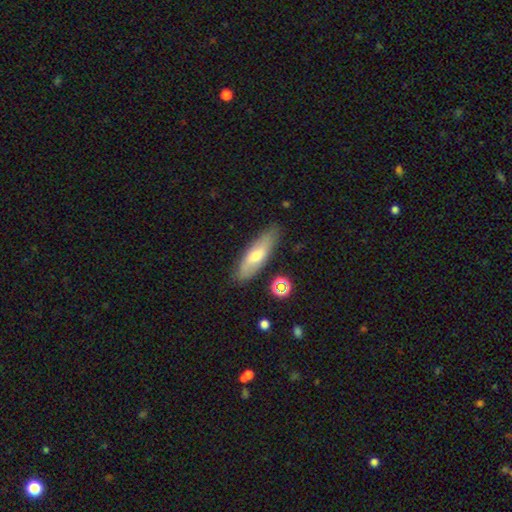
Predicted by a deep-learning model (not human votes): This is possibly a smooth galaxy (60%). How rounded: possibly cigar-shaped (51%). Merging: clearly none (82%).